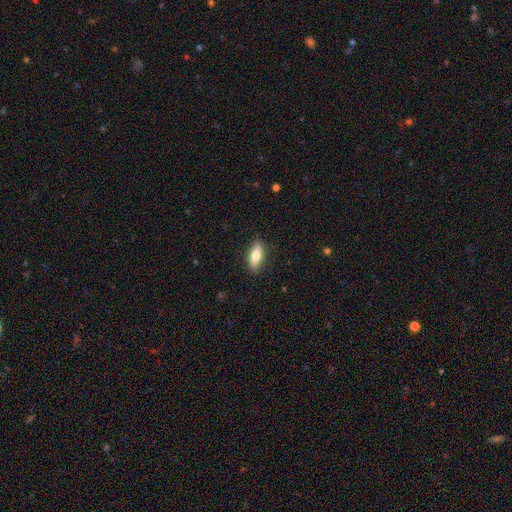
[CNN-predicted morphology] This is likely a smooth galaxy (70%). How rounded: likely in between (65%). Merging: clearly none (85%).